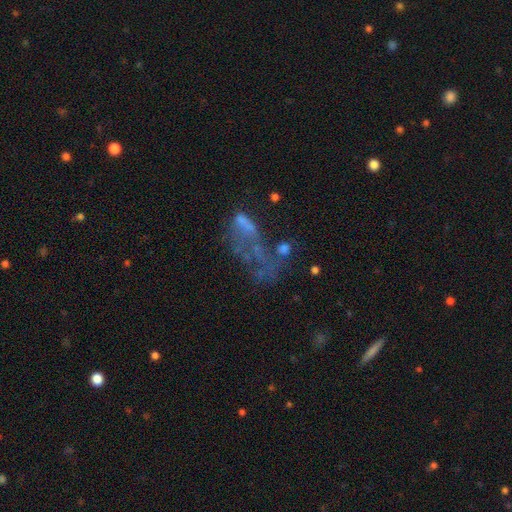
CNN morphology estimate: Smooth or featured? featured or disk (48%)
Merging? major disturbance (43%)